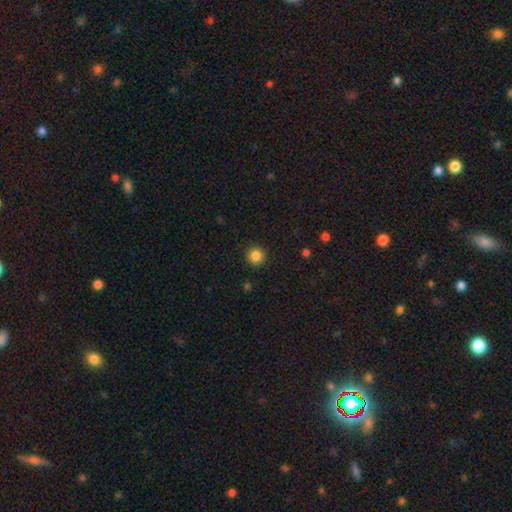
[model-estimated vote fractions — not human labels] Smooth or featured: smooth — 85% (star or artifact — 11%)
How rounded: round — 95% (in between — 4%)
Merging: none — 92% (minor disturbance — 5%)